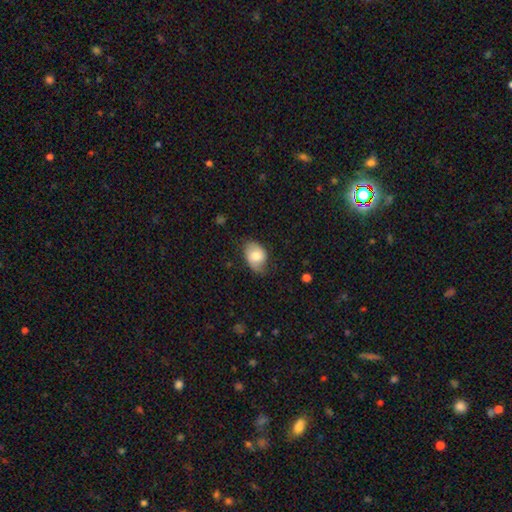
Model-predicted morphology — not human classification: smooth-or-featured: smooth: 69% | featured or disk: 24% | star or artifact: 7%
  how-rounded: in between: 81% | round: 18% | cigar-shaped: 1%
  merging: none: 60% | minor disturbance: 31% | major disturbance: 8% | merger: 1%